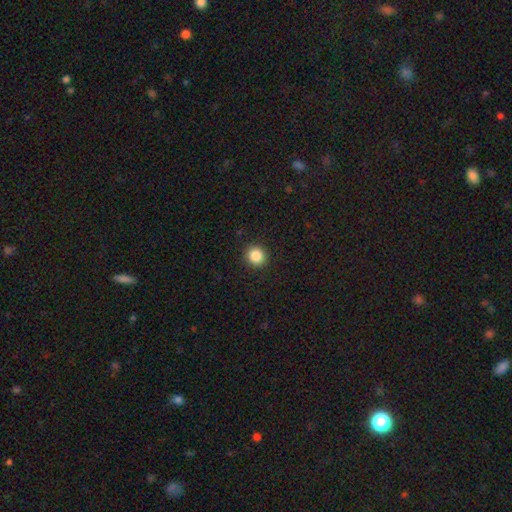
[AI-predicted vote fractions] Q: Smooth or featured?
A: smooth (86%); runner-up: star or artifact (10%)
Q: How rounded?
A: round (91%); runner-up: in between (8%)
Q: Merging?
A: none (92%); runner-up: minor disturbance (5%)